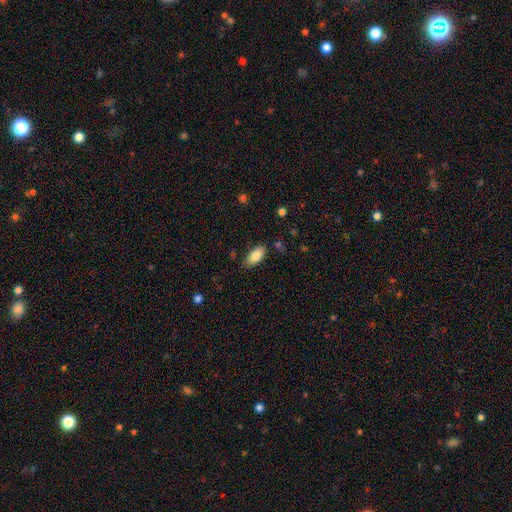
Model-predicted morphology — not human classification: This appears to be a smooth galaxy with no disk features (83%) that is in between round and cigar-shaped (91%). Merging: none (82%).